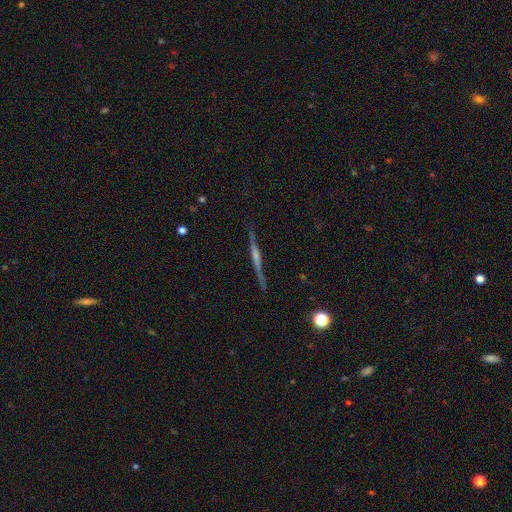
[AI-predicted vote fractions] Overall: featured or disk (71%). Edge-on disk: yes (96%). Edge-on bulge: rounded (64%; none 24%). Merging: none (88%).